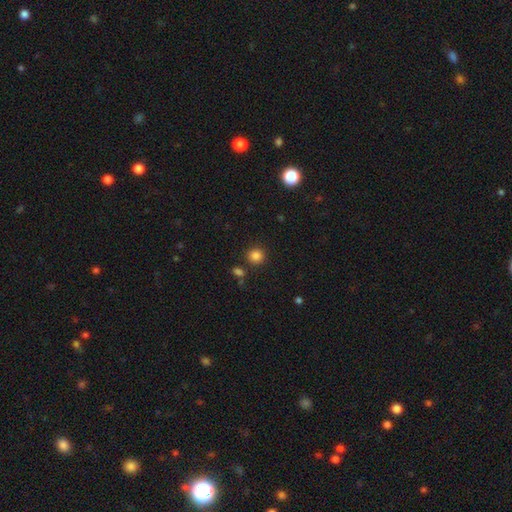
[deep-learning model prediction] Smooth or featured: smooth — 84% (star or artifact — 12%)
How rounded: round — 91% (in between — 8%)
Merging: none — 85% (minor disturbance — 7%)